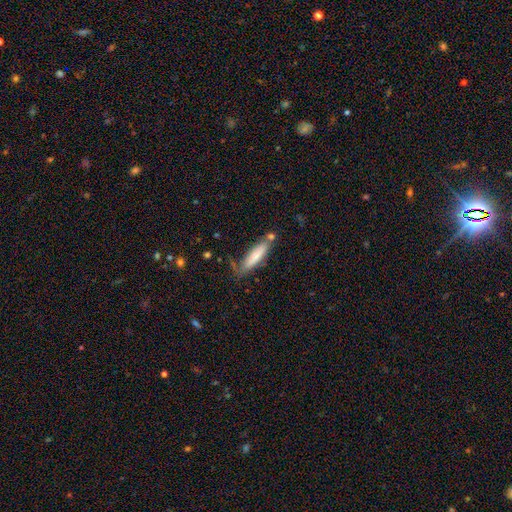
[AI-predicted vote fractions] smooth_or_featured: smooth (p=0.68) [alt: featured or disk p=0.26]
how_rounded: cigar-shaped (p=0.74) [alt: in between p=0.25]
merging: none (p=0.60) [alt: minor disturbance p=0.21]